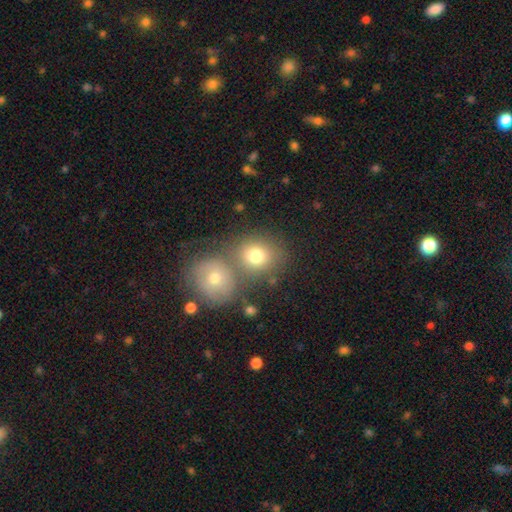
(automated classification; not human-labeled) Smooth or featured?
  - smooth: 75% *
  - featured or disk: 13%
  - star or artifact: 12%
How rounded?
  - round: 77% *
  - in between: 22%
  - cigar-shaped: 1%
Merging?
  - none: 48% *
  - merger: 39%
  - minor disturbance: 9%
  - major disturbance: 4%